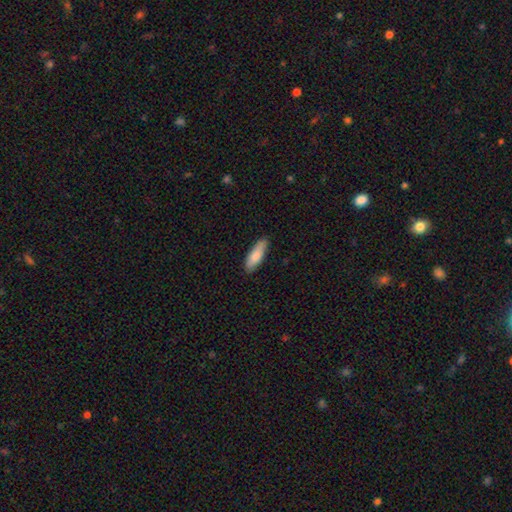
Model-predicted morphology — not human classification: smooth-or-featured: smooth: 83% | featured or disk: 11% | star or artifact: 5%
  how-rounded: in between: 51% | cigar-shaped: 47% | round: 2%
  merging: none: 85% | minor disturbance: 12% | major disturbance: 2% | merger: 1%